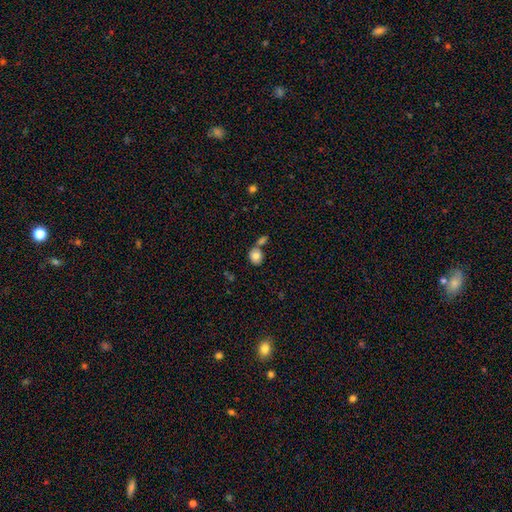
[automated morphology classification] A smooth galaxy with no disk features (82%) that is round (61%).

Vote fractions:
- Smooth or featured? smooth: 82% / featured or disk: 9% / star or artifact: 9%
- How rounded? round: 61% / in between: 38% / cigar-shaped: 1%
- Merging? none: 54% / merger: 29% / minor disturbance: 12% / major disturbance: 4%